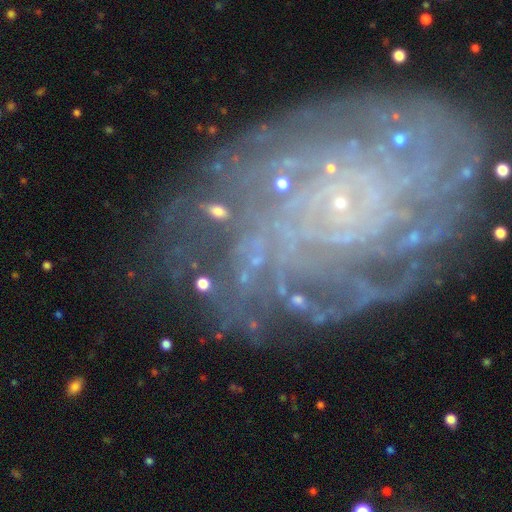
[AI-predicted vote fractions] Overall: featured or disk (65%). Edge-on disk: no (96%). Bar: no (66%). Spiral arms: yes (88%). Spiral arm count: can't tell (33%; 3 18%). Spiral winding: tight (70%). Bulge size: small (65%). Merging: none (57%; minor disturbance 19%).